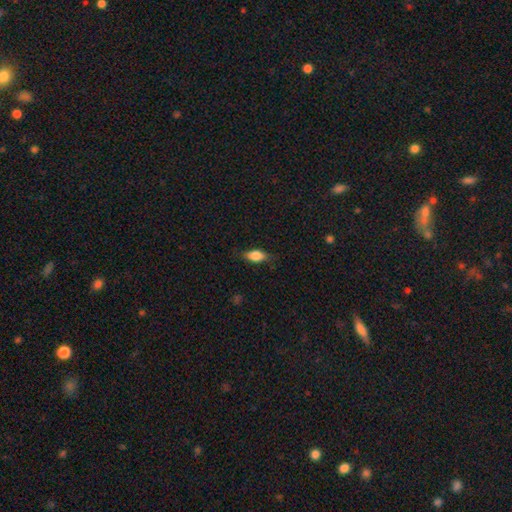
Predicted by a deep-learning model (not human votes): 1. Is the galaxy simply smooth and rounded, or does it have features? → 78% smooth, 14% featured or disk, 8% star or artifact.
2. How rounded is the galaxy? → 83% in between, 12% cigar-shaped, 5% round.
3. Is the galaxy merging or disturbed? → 80% none, 15% minor disturbance, 4% major disturbance, 1% merger.